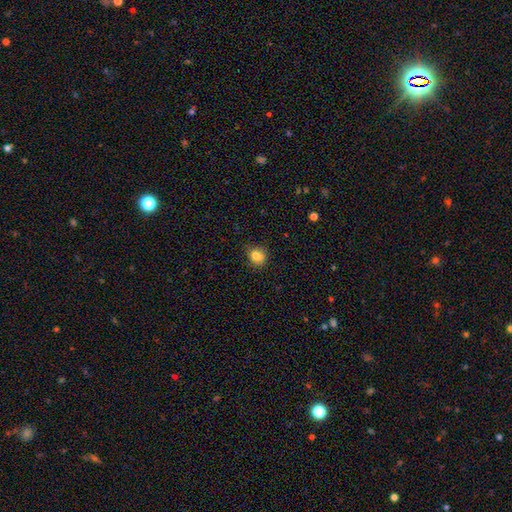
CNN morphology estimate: This appears to be a smooth galaxy with no disk features (80%) that is round (77%). Merging: none (75%).